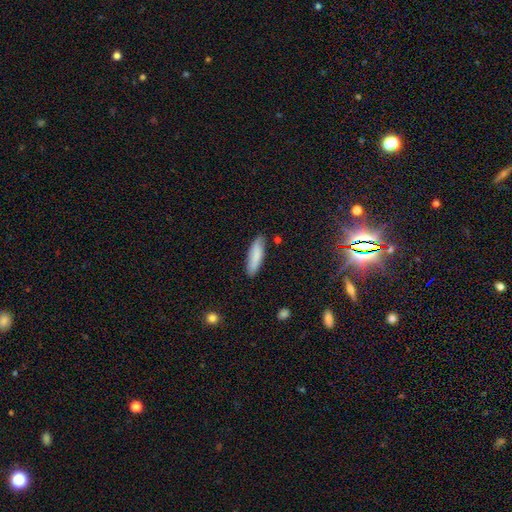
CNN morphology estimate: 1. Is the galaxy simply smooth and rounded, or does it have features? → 83% smooth, 10% featured or disk, 6% star or artifact.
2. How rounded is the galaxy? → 61% cigar-shaped, 38% in between, 2% round.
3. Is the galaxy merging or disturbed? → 83% none, 13% minor disturbance, 2% major disturbance, 2% merger.